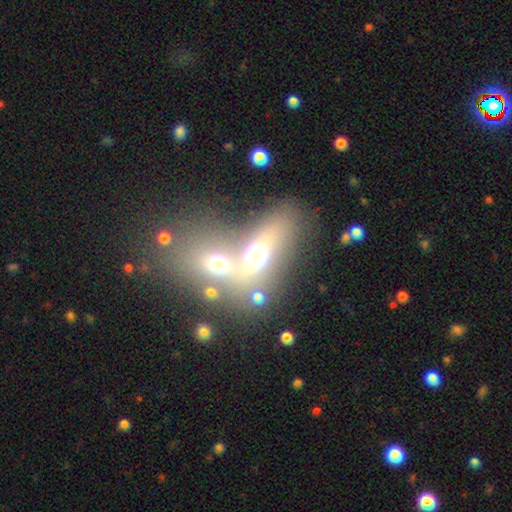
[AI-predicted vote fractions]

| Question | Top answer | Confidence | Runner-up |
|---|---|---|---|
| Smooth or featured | smooth | 55% | featured or disk (31%) |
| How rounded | in between | 70% | round (20%) |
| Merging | merger | 72% | none (16%) |